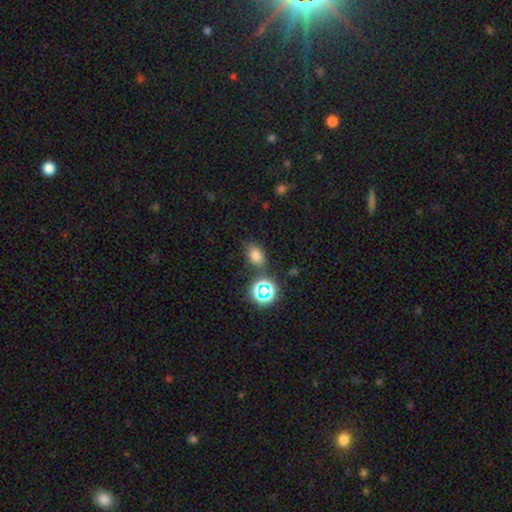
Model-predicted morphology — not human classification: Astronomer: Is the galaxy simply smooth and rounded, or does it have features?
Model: smooth — 72%.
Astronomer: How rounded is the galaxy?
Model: in between — 77%.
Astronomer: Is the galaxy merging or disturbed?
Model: none — 73%.